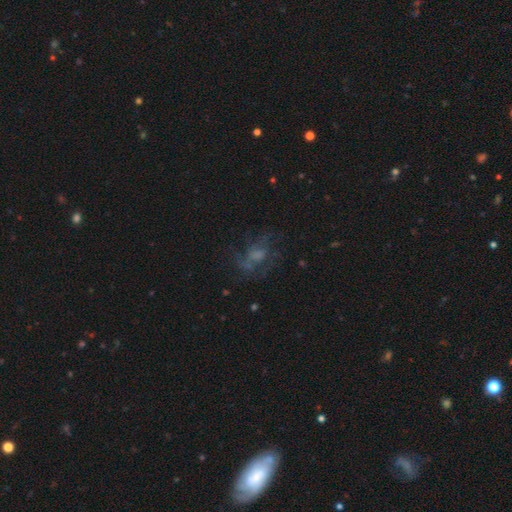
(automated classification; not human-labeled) smooth_or_featured: featured or disk (p=0.53) [alt: smooth p=0.26]
disk_edge_on: no (p=0.96) [alt: yes p=0.04]
bar: no (p=0.68) [alt: weak p=0.26]
has_spiral_arms: yes (p=0.57) [alt: no p=0.43]
bulge_size: none (p=0.32) [alt: moderate p=0.31]
merging: none (p=0.53) [alt: major disturbance p=0.26]